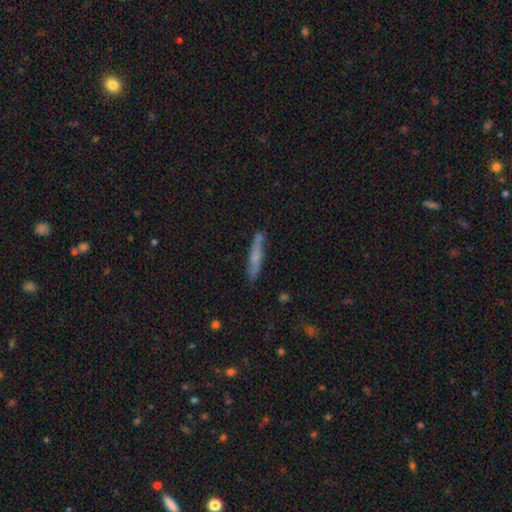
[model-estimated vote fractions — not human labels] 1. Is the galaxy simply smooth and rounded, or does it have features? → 54% smooth, 39% featured or disk, 7% star or artifact.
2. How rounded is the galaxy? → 92% cigar-shaped, 6% in between, 2% round.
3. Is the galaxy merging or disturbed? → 81% none, 13% minor disturbance, 3% merger, 3% major disturbance.